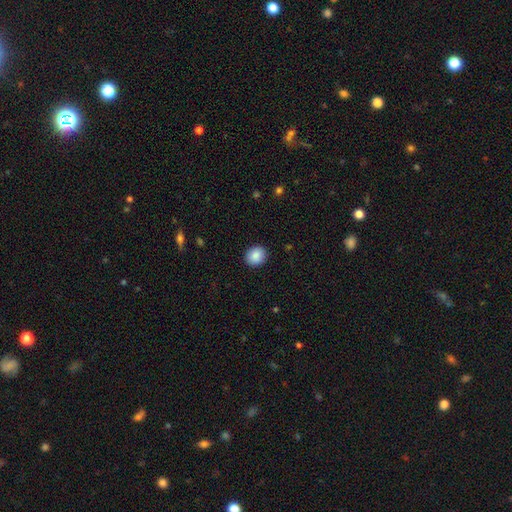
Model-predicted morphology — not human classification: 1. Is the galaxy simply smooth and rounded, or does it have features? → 88% smooth, 8% star or artifact, 4% featured or disk.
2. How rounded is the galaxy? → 70% round, 29% in between, 1% cigar-shaped.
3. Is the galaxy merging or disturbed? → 91% none, 6% minor disturbance, 2% major disturbance, 1% merger.